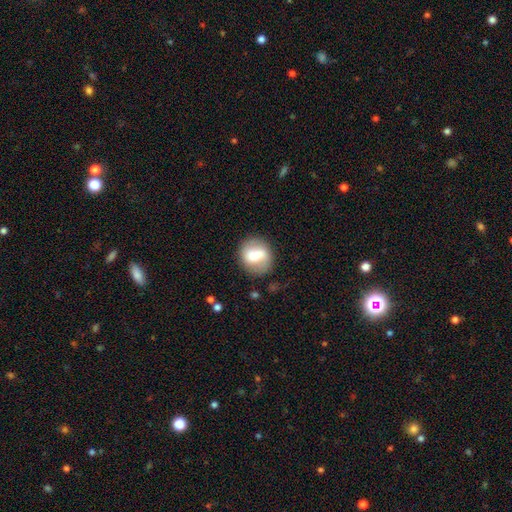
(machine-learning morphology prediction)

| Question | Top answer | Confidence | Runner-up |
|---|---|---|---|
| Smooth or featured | smooth | 56% | featured or disk (36%) |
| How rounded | round | 73% | in between (26%) |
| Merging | none | 80% | minor disturbance (13%) |